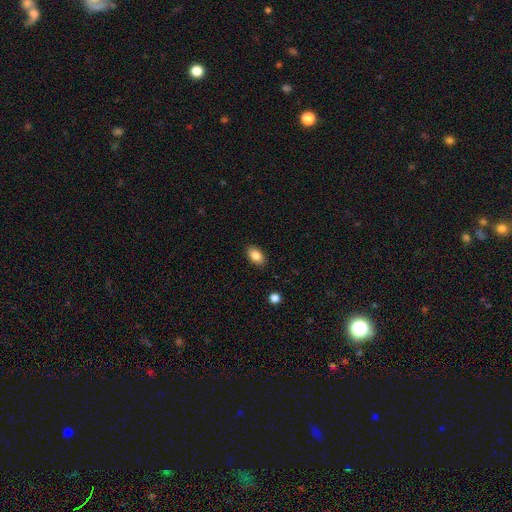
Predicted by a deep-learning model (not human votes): Morphology: type=smooth (86%); roundness=in between (89%); merging=none (88%).